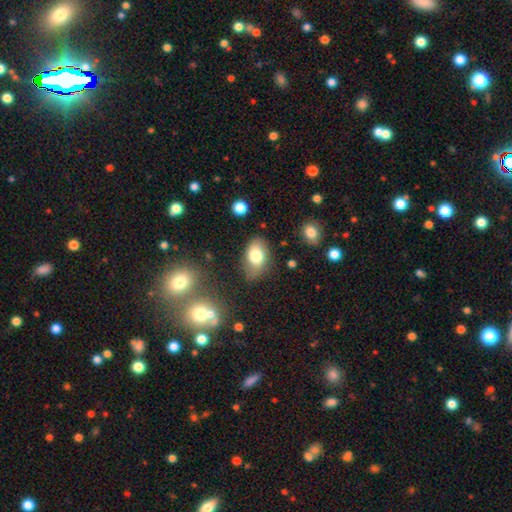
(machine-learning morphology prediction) type=smooth (75%); roundness=in between (89%); merging=none (74%).